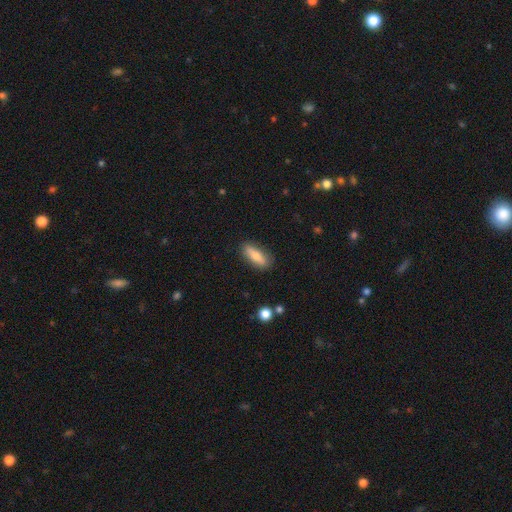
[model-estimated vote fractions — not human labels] Smooth or featured? smooth (75%)
How rounded? in between (55%)
Merging? none (85%)